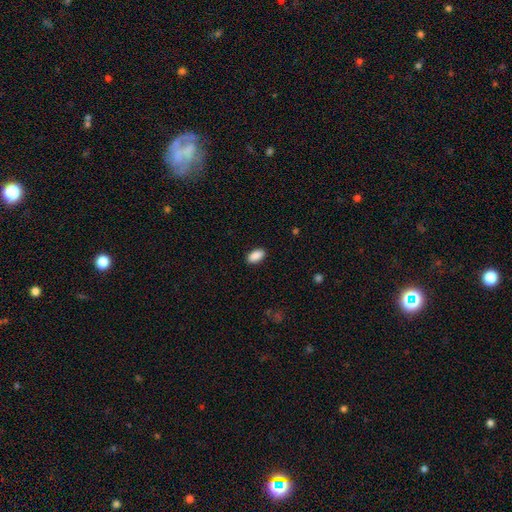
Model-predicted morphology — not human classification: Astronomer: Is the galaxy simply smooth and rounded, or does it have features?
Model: smooth — 90%.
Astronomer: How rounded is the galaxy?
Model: in between — 93%.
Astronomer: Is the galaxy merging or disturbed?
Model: none — 89%.